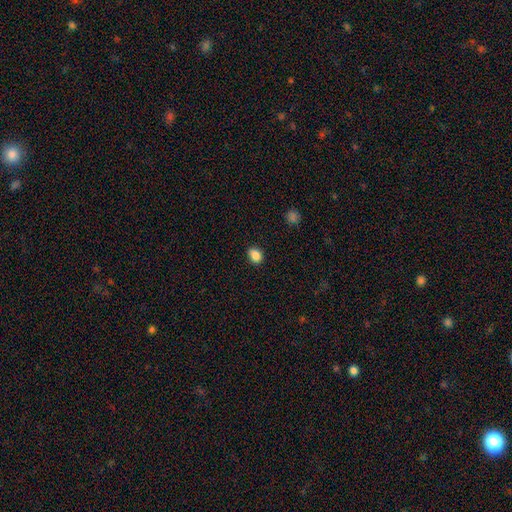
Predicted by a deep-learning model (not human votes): smooth-or-featured: smooth: 86% | star or artifact: 10% | featured or disk: 4%
  how-rounded: in between: 63% | round: 36% | cigar-shaped: 1%
  merging: none: 83% | minor disturbance: 13% | major disturbance: 2% | merger: 2%